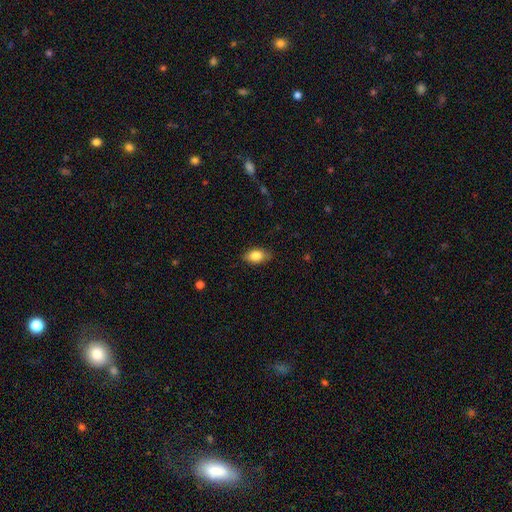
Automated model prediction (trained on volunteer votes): Overall: smooth (83%). How rounded: in between (88%). Merging: none (83%).